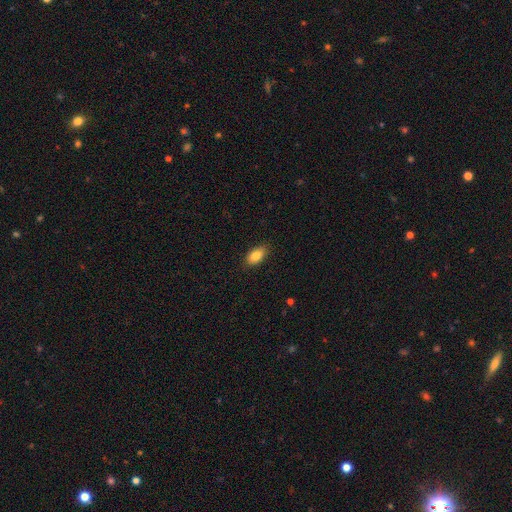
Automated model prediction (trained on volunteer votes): A smooth galaxy with no disk features (84%) that is in between round and cigar-shaped (90%).

Vote fractions:
- Smooth or featured? smooth: 84% / featured or disk: 8% / star or artifact: 8%
- How rounded? in between: 90% / round: 5% / cigar-shaped: 5%
- Merging? none: 86% / minor disturbance: 10% / major disturbance: 2% / merger: 1%